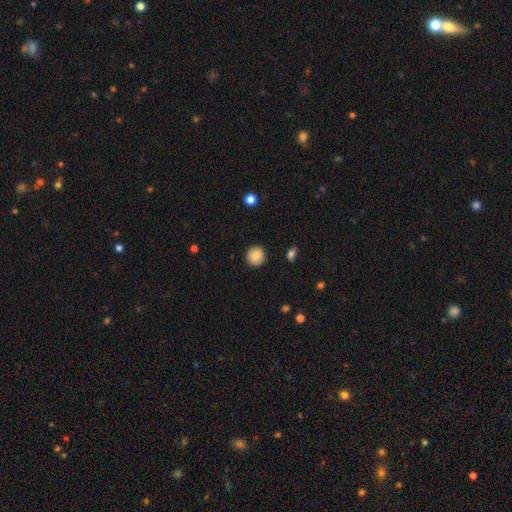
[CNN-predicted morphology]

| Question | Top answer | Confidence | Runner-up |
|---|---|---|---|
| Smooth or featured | smooth | 87% | star or artifact (8%) |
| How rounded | round | 92% | in between (7%) |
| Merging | none | 90% | minor disturbance (7%) |